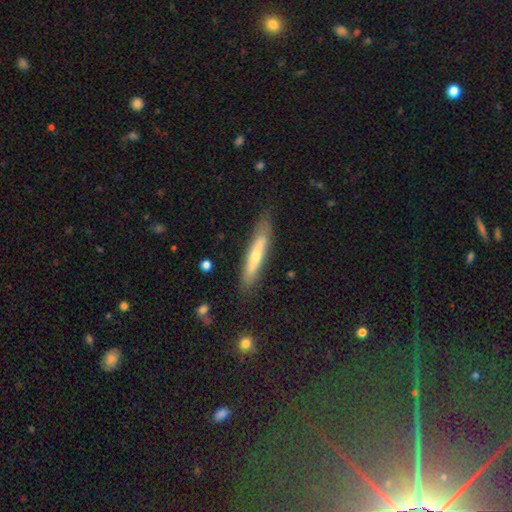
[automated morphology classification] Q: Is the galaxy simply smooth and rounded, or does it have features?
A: featured or disk — 51%.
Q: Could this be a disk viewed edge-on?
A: yes — 71%.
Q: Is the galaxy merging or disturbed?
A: none — 80%.